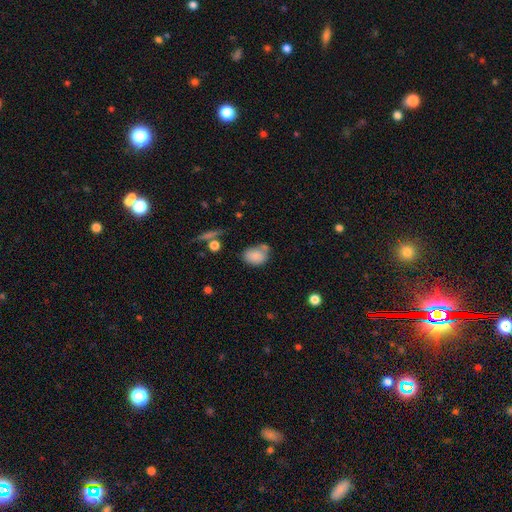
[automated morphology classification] smooth_or_featured: smooth (p=0.83) [alt: star or artifact p=0.09]
how_rounded: in between (p=0.72) [alt: round p=0.27]
merging: none (p=0.52) [alt: minor disturbance p=0.22]